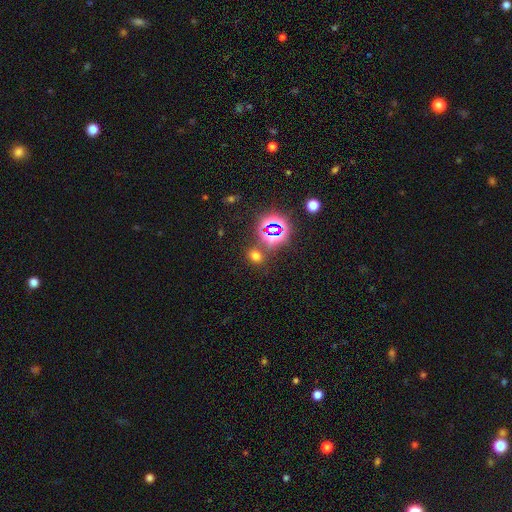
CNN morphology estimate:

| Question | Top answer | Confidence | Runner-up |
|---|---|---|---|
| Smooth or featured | smooth | 58% | star or artifact (35%) |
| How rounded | round | 56% | in between (42%) |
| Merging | none | 76% | merger (10%) |